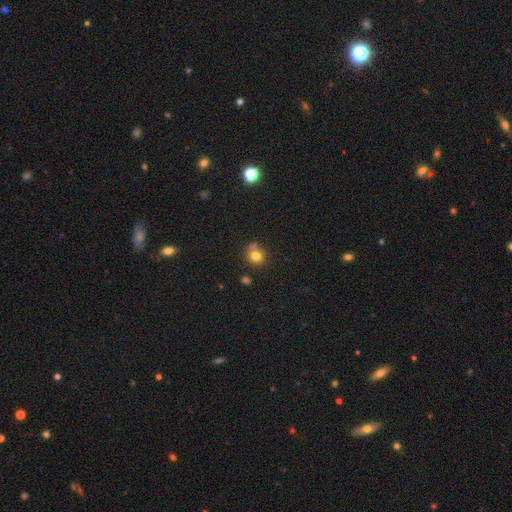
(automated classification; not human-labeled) smooth-or-featured: smooth: 78% | star or artifact: 13% | featured or disk: 9%
  how-rounded: round: 82% | in between: 17% | cigar-shaped: 1%
  merging: none: 61% | merger: 17% | minor disturbance: 16% | major disturbance: 6%